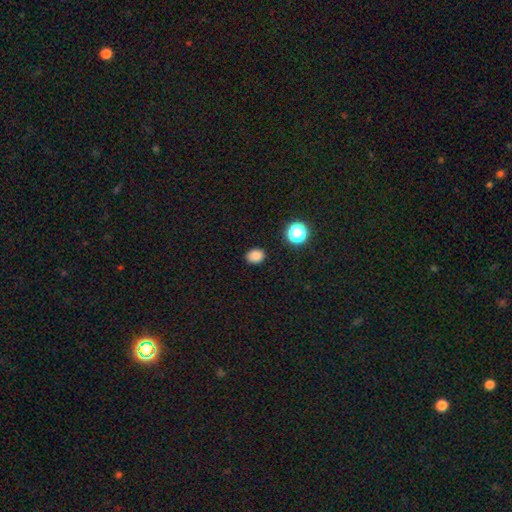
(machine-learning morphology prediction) Smooth or featured?
  - smooth: 84% *
  - star or artifact: 13%
  - featured or disk: 3%
How rounded?
  - round: 50% *
  - in between: 49%
  - cigar-shaped: 1%
Merging?
  - none: 86% *
  - minor disturbance: 10%
  - major disturbance: 2%
  - merger: 1%